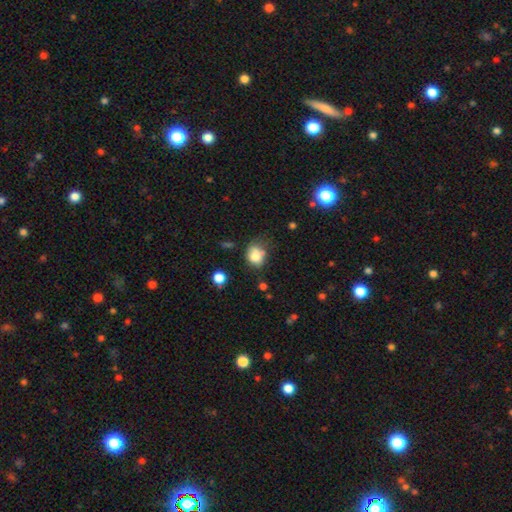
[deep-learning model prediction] Smooth or featured: smooth — 77% (star or artifact — 12%)
How rounded: round — 53% (in between — 46%)
Merging: none — 45% (minor disturbance — 31%)